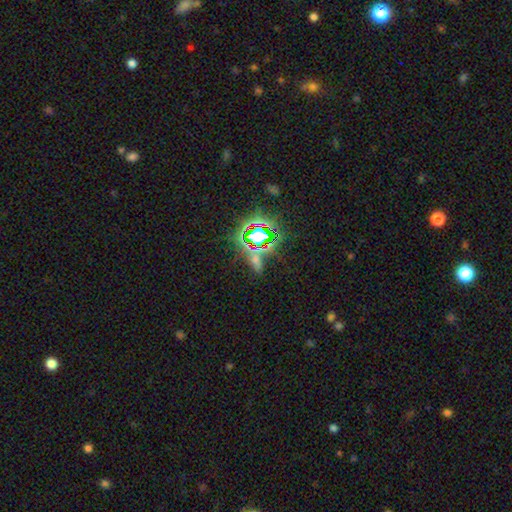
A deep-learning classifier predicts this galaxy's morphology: star or artifact 75%, smooth 15%, featured or disk 10%.